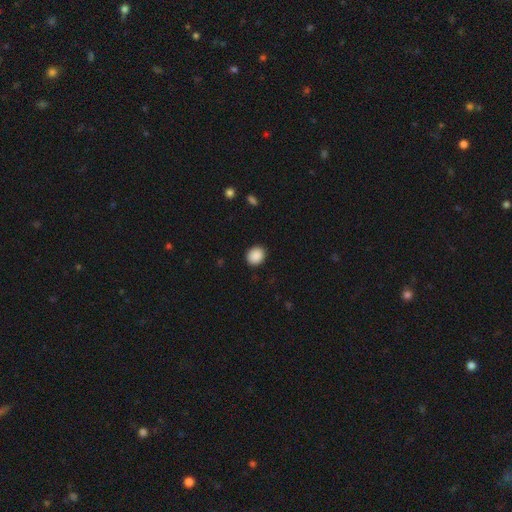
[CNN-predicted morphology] A smooth galaxy with no disk features (90%) that is round (66%).

Vote fractions:
- Smooth or featured? smooth: 90% / star or artifact: 8% / featured or disk: 2%
- How rounded? round: 66% / in between: 33% / cigar-shaped: 1%
- Merging? none: 89% / minor disturbance: 8% / major disturbance: 2% / merger: 1%